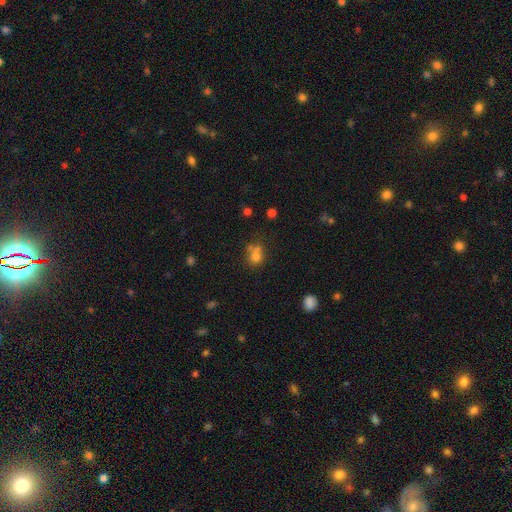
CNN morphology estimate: Smooth or featured? smooth (69%)
How rounded? round (74%)
Merging? none (42%)